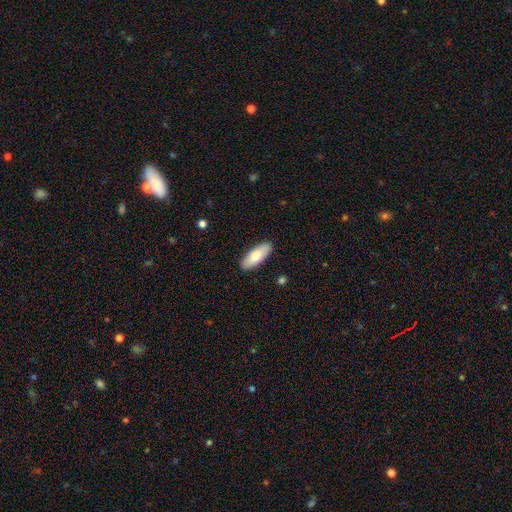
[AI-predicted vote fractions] smooth-or-featured: smooth: 75% | featured or disk: 20% | star or artifact: 5%
  how-rounded: in between: 74% | cigar-shaped: 24% | round: 2%
  merging: none: 90% | minor disturbance: 7% | major disturbance: 2% | merger: 1%